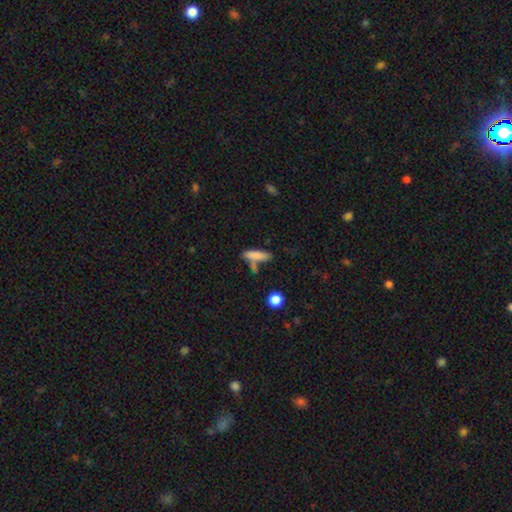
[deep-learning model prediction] This is clearly a smooth galaxy (80%). How rounded: likely cigar-shaped (62%). Merging: possibly none (55%).